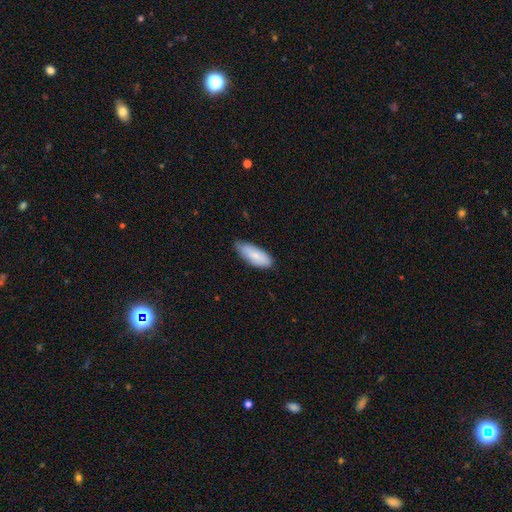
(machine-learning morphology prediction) Smooth or featured: smooth — 81% (featured or disk — 14%)
How rounded: in between — 79% (cigar-shaped — 19%)
Merging: none — 65% (minor disturbance — 30%)